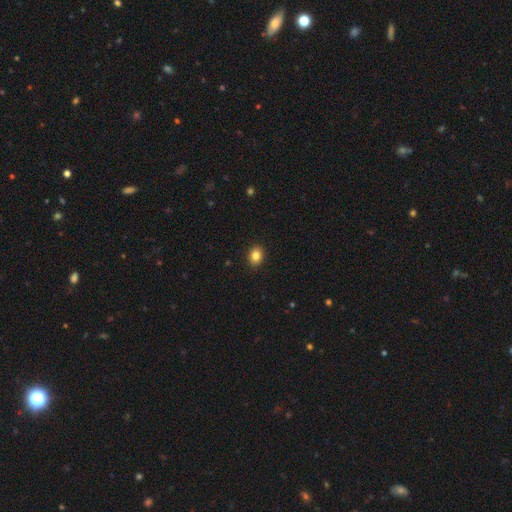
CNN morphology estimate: smooth 85%, star or artifact 10%, featured or disk 5%. Down the decision tree: how rounded — in between (50%); merging — none (91%).